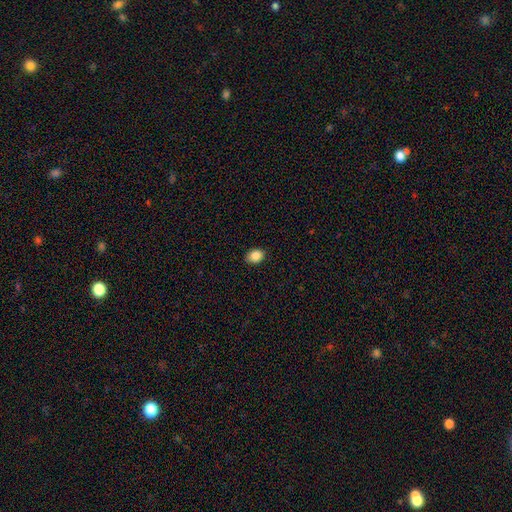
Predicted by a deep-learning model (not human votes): smooth-or-featured: smooth: 87% | star or artifact: 9% | featured or disk: 4%
  how-rounded: in between: 63% | round: 36% | cigar-shaped: 1%
  merging: none: 86% | minor disturbance: 11% | major disturbance: 2% | merger: 1%